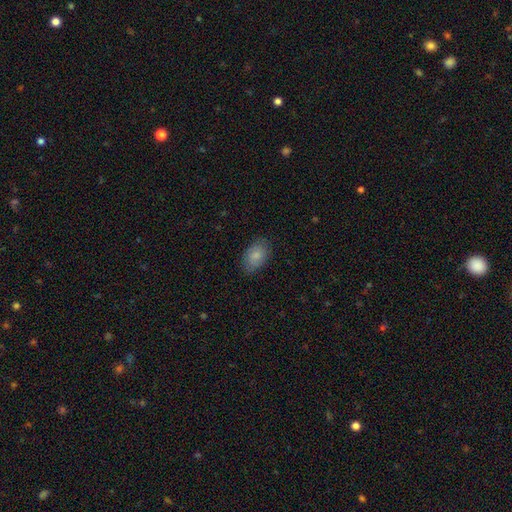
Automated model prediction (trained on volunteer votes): Smooth or featured? smooth (81%)
How rounded? in between (89%)
Merging? none (80%)